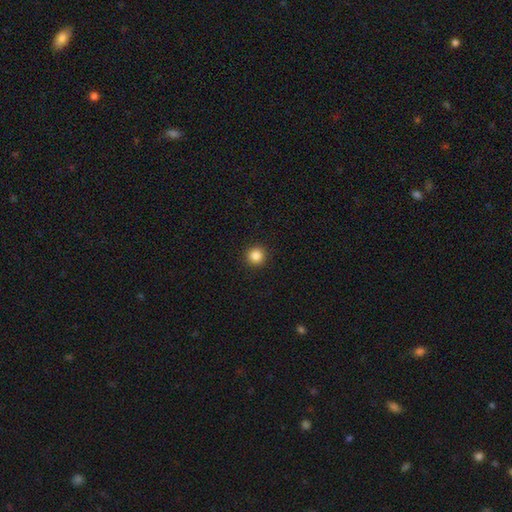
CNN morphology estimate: Smooth or featured: smooth — 85% (star or artifact — 11%)
How rounded: round — 95% (in between — 4%)
Merging: none — 93% (minor disturbance — 4%)